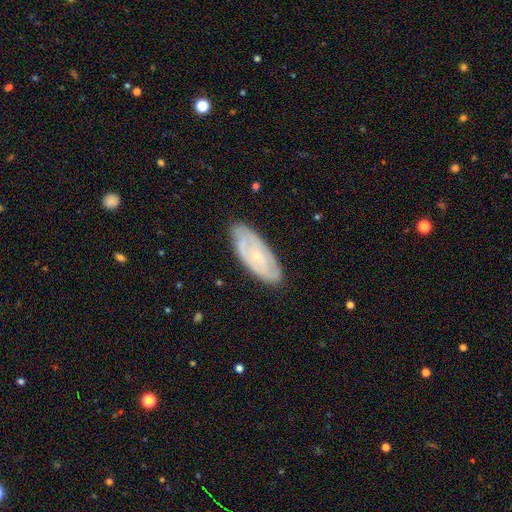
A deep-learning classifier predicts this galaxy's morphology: Smooth or featured? Predicted: featured or disk (p=0.65). Edge-on disk? Predicted: no (p=0.89). Bar? Predicted: no (p=0.76). Spiral arms? Predicted: yes (p=0.76). Bulge size? Predicted: small (p=0.80). Merging? Predicted: none (p=0.82).